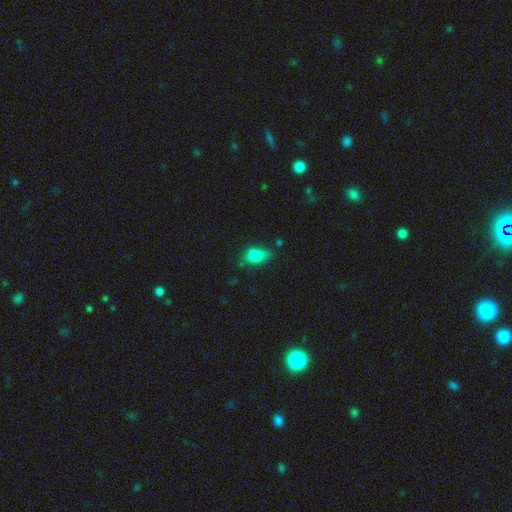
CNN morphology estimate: type=smooth (79%); roundness=in between (81%); merging=none (49%).